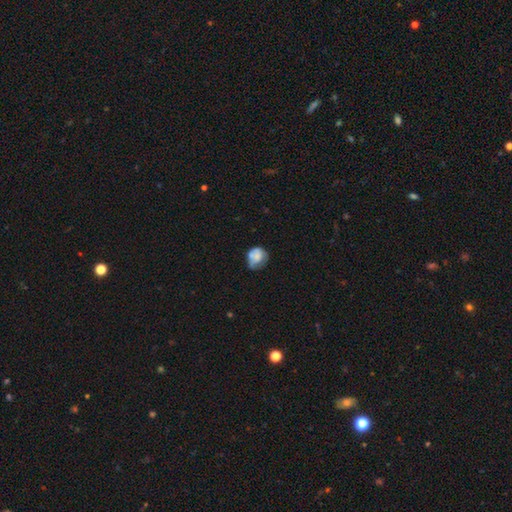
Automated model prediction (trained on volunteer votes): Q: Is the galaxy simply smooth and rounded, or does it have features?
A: smooth — 66%.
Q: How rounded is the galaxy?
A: round — 66%.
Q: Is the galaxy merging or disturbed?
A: none — 40%.